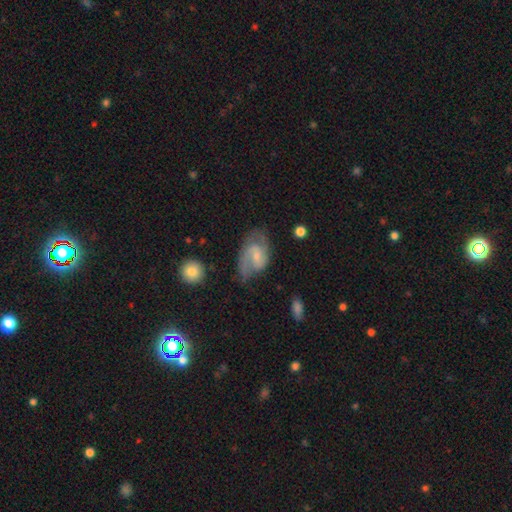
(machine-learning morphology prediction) smooth_or_featured: featured or disk (p=0.72) [alt: smooth p=0.21]
disk_edge_on: no (p=0.97) [alt: yes p=0.03]
bar: weak (p=0.57) [alt: no p=0.31]
has_spiral_arms: yes (p=0.91) [alt: no p=0.09]
spiral_winding: medium (p=0.52) [alt: loose p=0.25]
spiral_arm_count: 2 (p=0.77) [alt: can't tell p=0.10]
bulge_size: small (p=0.54) [alt: moderate p=0.30]
merging: none (p=0.59) [alt: minor disturbance p=0.25]